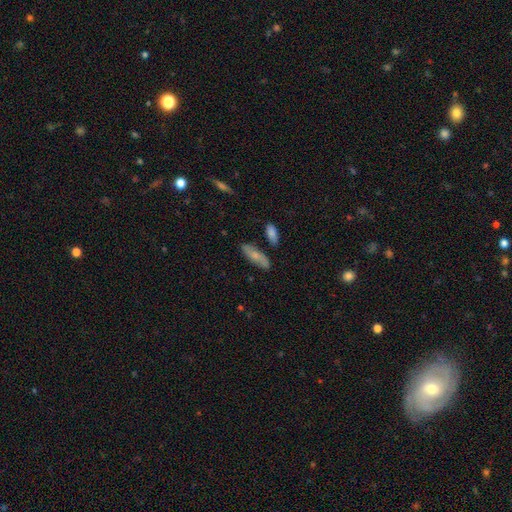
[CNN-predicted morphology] type=smooth (60%); roundness=in between (56%); merging=none (78%).